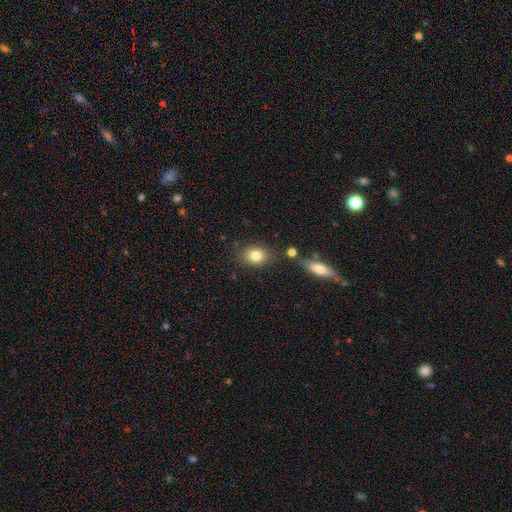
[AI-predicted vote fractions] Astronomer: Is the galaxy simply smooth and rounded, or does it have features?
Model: smooth — 82%.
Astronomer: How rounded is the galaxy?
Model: in between — 58% (runner-up: round, 40%).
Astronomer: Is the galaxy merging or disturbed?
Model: none — 78%.